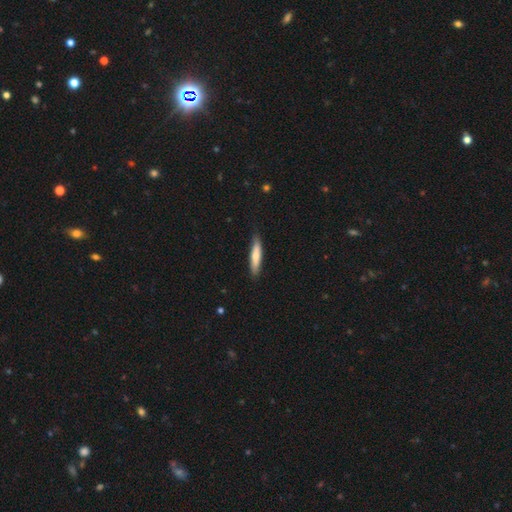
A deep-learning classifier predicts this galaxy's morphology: smooth_or_featured: smooth (p=0.70) [alt: featured or disk p=0.25]
how_rounded: cigar-shaped (p=0.85) [alt: in between p=0.14]
merging: none (p=0.84) [alt: minor disturbance p=0.13]